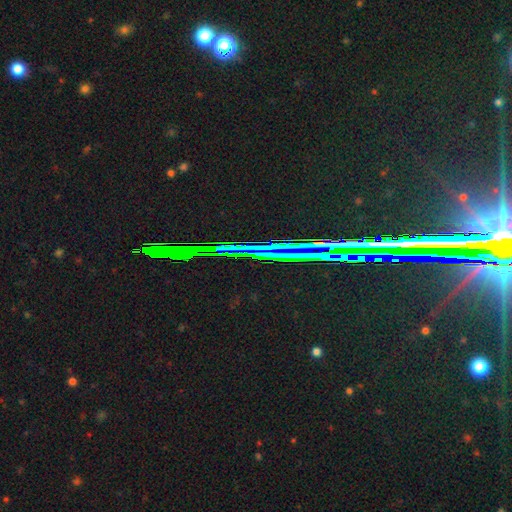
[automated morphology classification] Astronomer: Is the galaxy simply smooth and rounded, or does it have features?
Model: star or artifact — 82%.